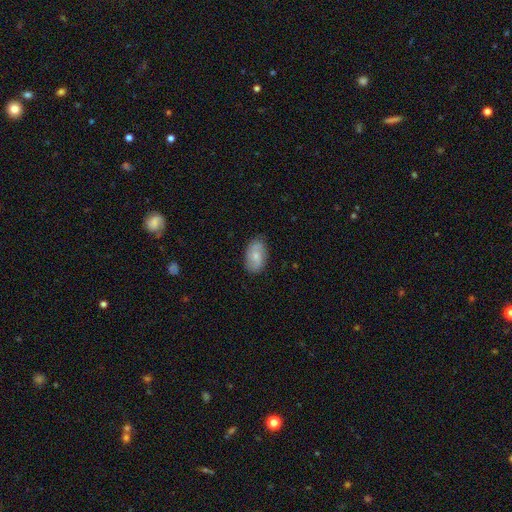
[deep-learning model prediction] Morphology: type=smooth (63%); roundness=in between (91%); merging=none (80%).